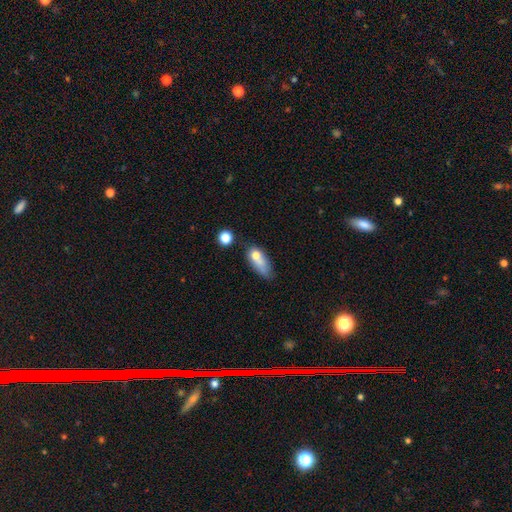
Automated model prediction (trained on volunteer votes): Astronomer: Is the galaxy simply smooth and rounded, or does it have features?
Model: smooth — 69%.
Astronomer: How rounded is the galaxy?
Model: in between — 68%.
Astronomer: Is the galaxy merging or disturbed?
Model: none — 33% (runner-up: merger, 25%).